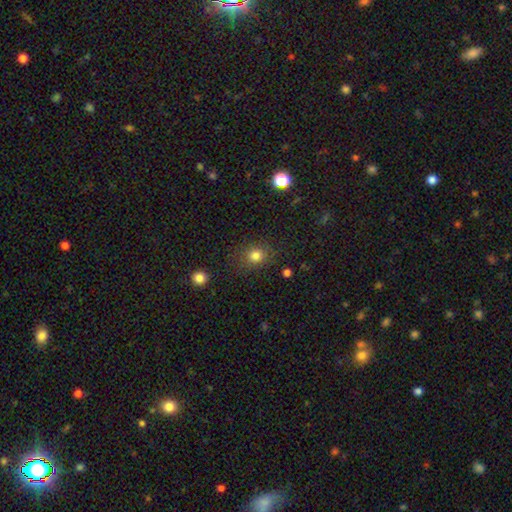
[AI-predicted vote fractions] Q: Smooth or featured?
A: smooth (80%); runner-up: star or artifact (14%)
Q: How rounded?
A: round (71%); runner-up: in between (28%)
Q: Merging?
A: none (80%); runner-up: minor disturbance (13%)